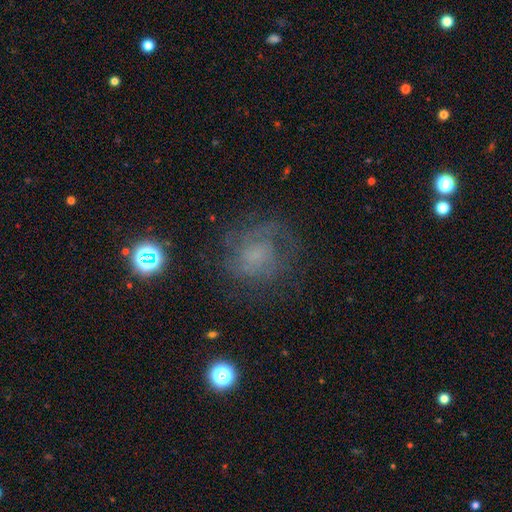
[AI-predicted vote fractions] smooth_or_featured: featured or disk (p=0.53) [alt: smooth p=0.30]
disk_edge_on: no (p=0.97) [alt: yes p=0.03]
bar: no (p=0.74) [alt: weak p=0.22]
has_spiral_arms: yes (p=0.77) [alt: no p=0.23]
bulge_size: none (p=0.46) [alt: small p=0.28]
merging: none (p=0.66) [alt: minor disturbance p=0.17]